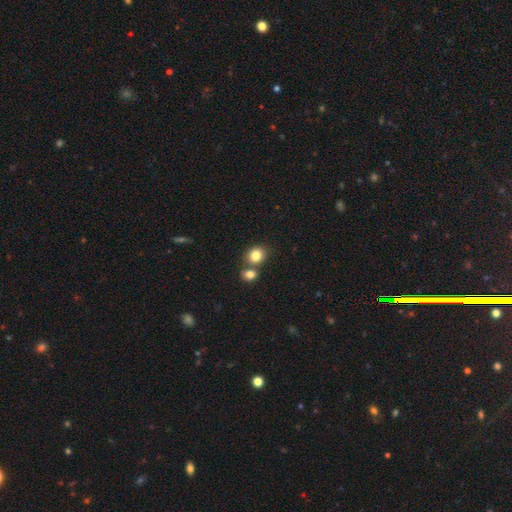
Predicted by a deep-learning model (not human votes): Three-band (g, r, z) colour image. It shows a smooth galaxy with no disk features (82%) that is round (70%). Merging: none (56%).